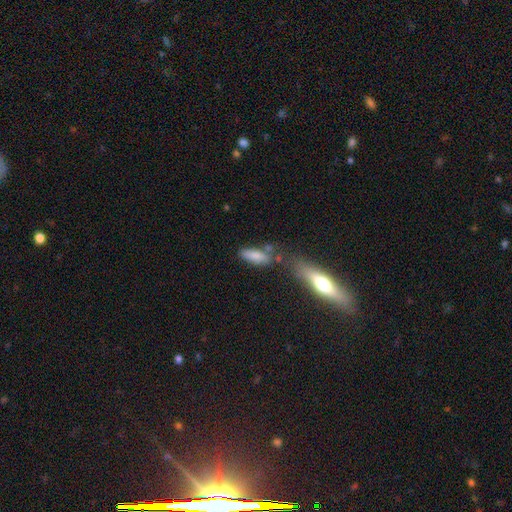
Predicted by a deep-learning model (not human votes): A smooth galaxy with no disk features (78%) that is in between round and cigar-shaped (59%). Merging: none (54%).